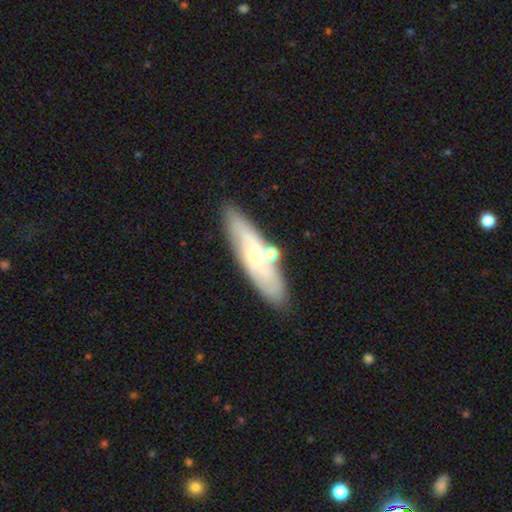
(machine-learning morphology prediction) A featured or disk galaxy (56%).

Vote fractions:
- Smooth or featured? featured or disk: 56% / smooth: 36% / star or artifact: 7%
- Edge-on disk? no: 64% / yes: 36%
- Merging? none: 76% / minor disturbance: 12% / merger: 9% / major disturbance: 3%